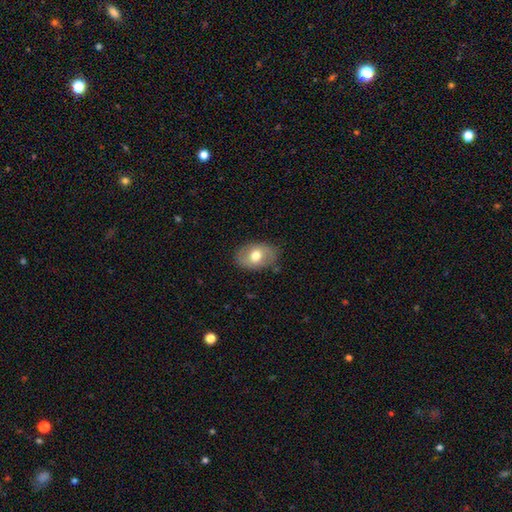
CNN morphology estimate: The model was most divided on "smooth or featured": smooth: 65%, featured or disk: 29%, star or artifact: 7%. More confident: how rounded — in between (82%); merging — none (79%).